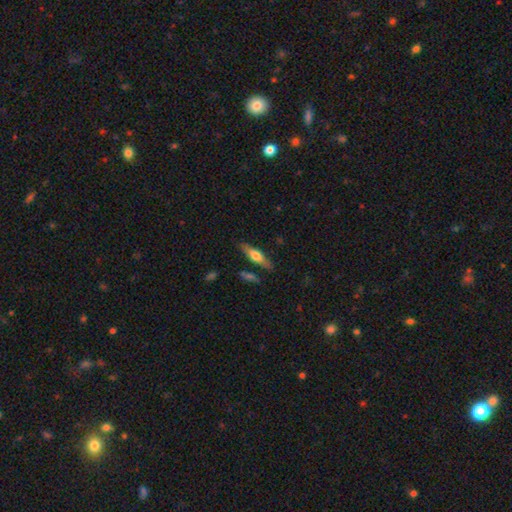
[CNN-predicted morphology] Smooth or featured? smooth (52%)
How rounded? cigar-shaped (64%)
Merging? none (80%)